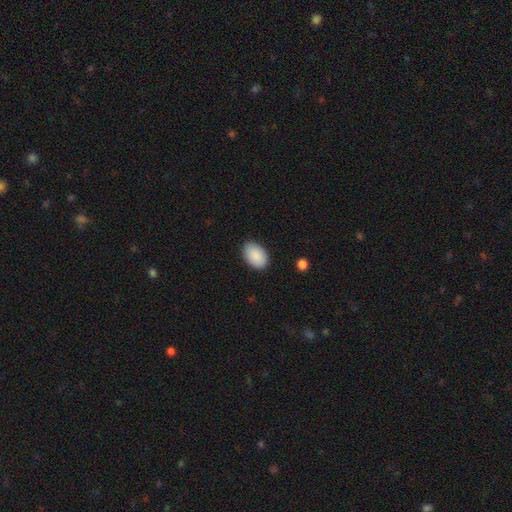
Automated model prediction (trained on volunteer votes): Smooth or featured?
  - smooth: 90% *
  - star or artifact: 6%
  - featured or disk: 4%
How rounded?
  - in between: 90% *
  - round: 9%
  - cigar-shaped: 1%
Merging?
  - none: 84% *
  - minor disturbance: 13%
  - major disturbance: 2%
  - merger: 1%